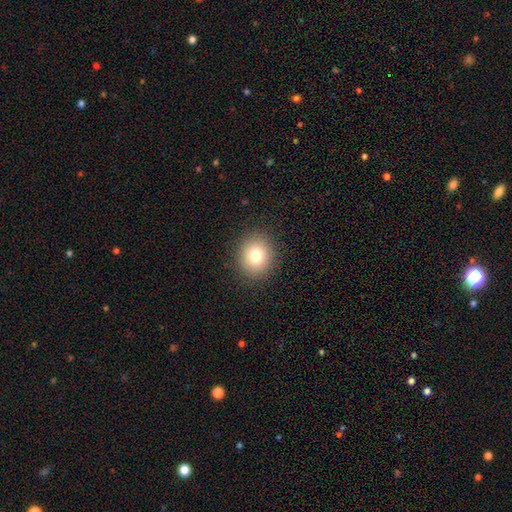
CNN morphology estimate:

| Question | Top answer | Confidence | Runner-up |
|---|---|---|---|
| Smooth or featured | smooth | 78% | star or artifact (12%) |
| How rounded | round | 76% | in between (24%) |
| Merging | none | 89% | minor disturbance (7%) |